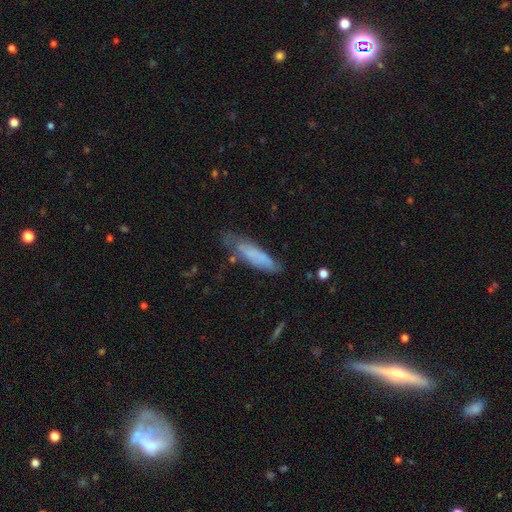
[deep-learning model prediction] A smooth galaxy with no disk features (66%) that is cigar-shaped (71%).

Vote fractions:
- Smooth or featured? smooth: 66% / featured or disk: 26% / star or artifact: 8%
- How rounded? cigar-shaped: 71% / in between: 28% / round: 2%
- Merging? none: 57% / minor disturbance: 30% / major disturbance: 10% / merger: 4%